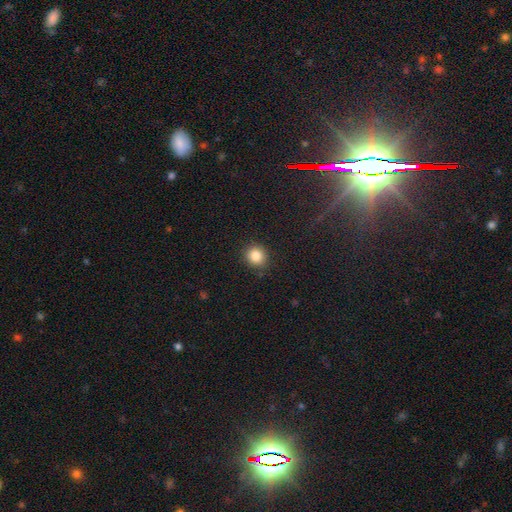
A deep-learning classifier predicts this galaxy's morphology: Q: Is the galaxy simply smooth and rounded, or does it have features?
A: smooth — 85%.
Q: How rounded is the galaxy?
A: round — 85%.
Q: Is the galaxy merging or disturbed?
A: none — 88%.